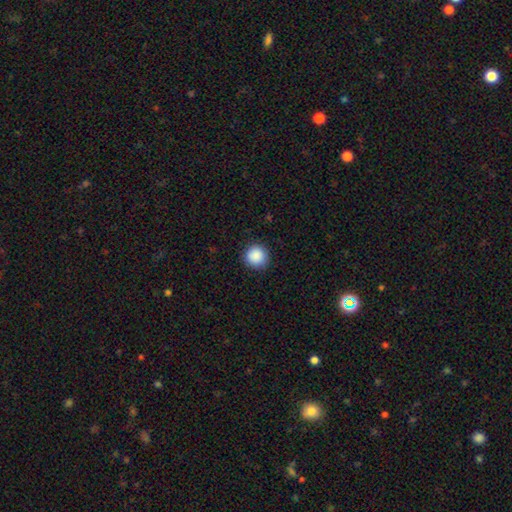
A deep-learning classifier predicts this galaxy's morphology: type=smooth (89%); roundness=round (95%); merging=none (90%).